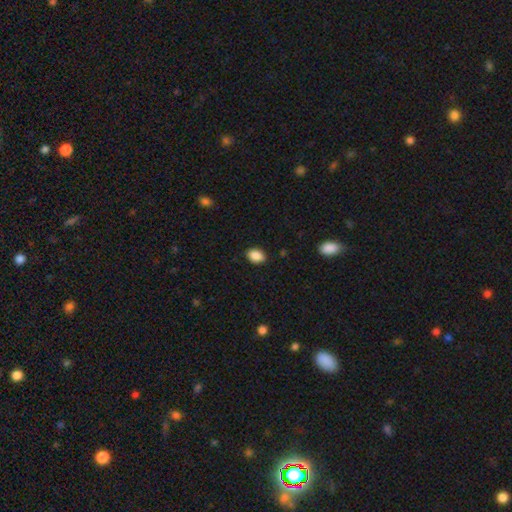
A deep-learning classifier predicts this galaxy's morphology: Smooth or featured? Predicted: smooth (p=0.89). How rounded? Predicted: in between (p=0.76). Merging? Predicted: none (p=0.88).